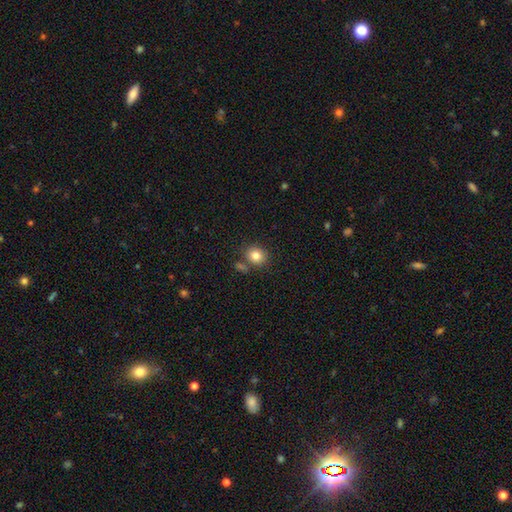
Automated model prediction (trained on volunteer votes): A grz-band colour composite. It shows a smooth galaxy with no disk features (83%) that is round (78%). Merging: none (76%).